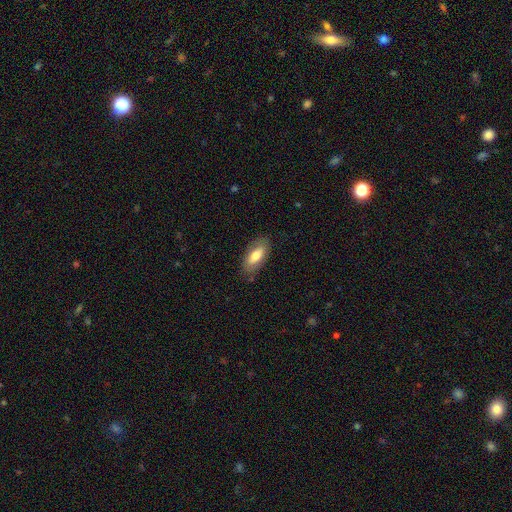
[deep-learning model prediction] Q: Smooth or featured?
A: smooth (73%); runner-up: featured or disk (21%)
Q: How rounded?
A: in between (84%); runner-up: cigar-shaped (13%)
Q: Merging?
A: none (82%); runner-up: minor disturbance (13%)